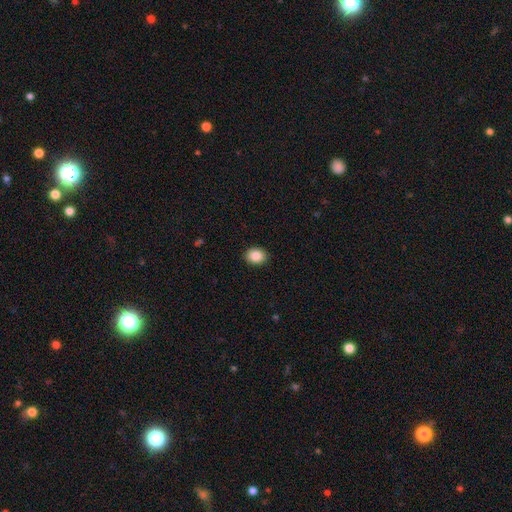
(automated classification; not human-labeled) A smooth galaxy with no disk features (89%) that is in between round and cigar-shaped (62%). Merging: none (90%).